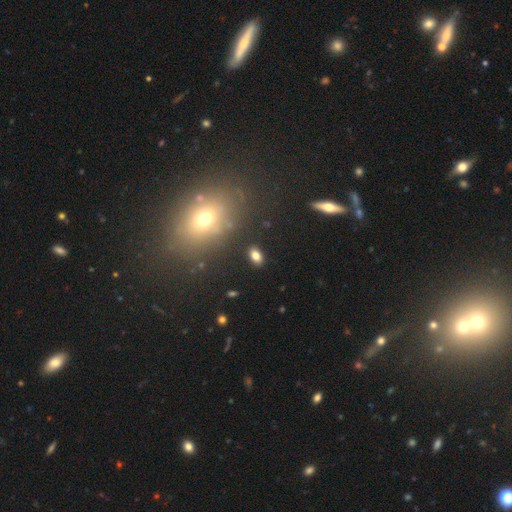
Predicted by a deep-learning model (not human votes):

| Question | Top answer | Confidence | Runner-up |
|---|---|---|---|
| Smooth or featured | smooth | 81% | star or artifact (11%) |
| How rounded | in between | 86% | round (12%) |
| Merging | none | 86% | minor disturbance (9%) |